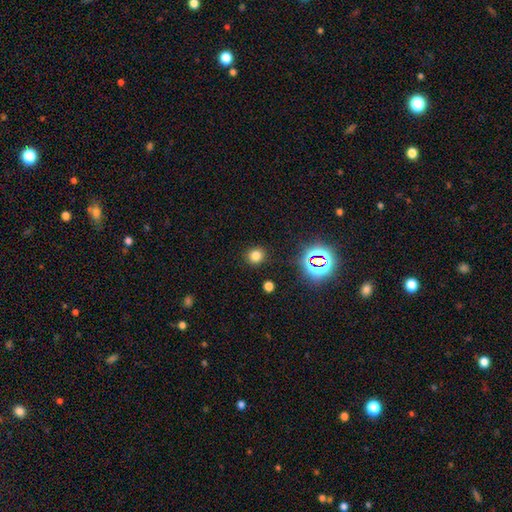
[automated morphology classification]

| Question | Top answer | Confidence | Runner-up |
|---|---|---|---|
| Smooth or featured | smooth | 74% | star or artifact (20%) |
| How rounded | round | 86% | in between (13%) |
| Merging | none | 89% | minor disturbance (7%) |